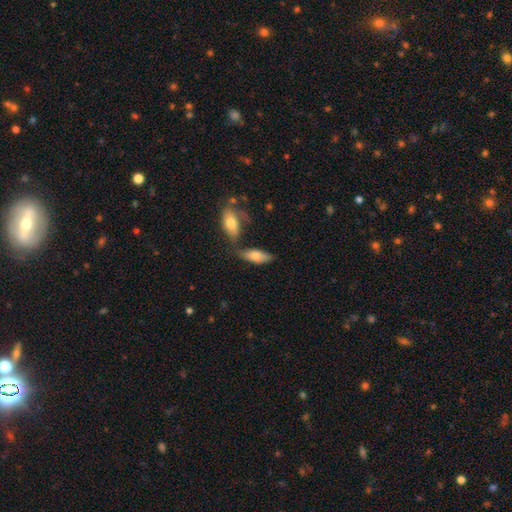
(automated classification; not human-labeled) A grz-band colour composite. It shows a smooth galaxy with no disk features (78%) that is in between round and cigar-shaped (76%). Merging: none (52%).